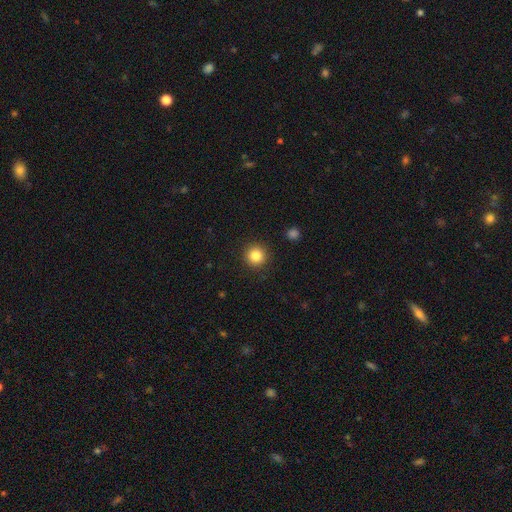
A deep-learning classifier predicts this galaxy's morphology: Smooth or featured?
  - smooth: 84% *
  - star or artifact: 11%
  - featured or disk: 5%
How rounded?
  - round: 95% *
  - in between: 4%
  - cigar-shaped: 1%
Merging?
  - none: 92% *
  - minor disturbance: 5%
  - major disturbance: 2%
  - merger: 1%